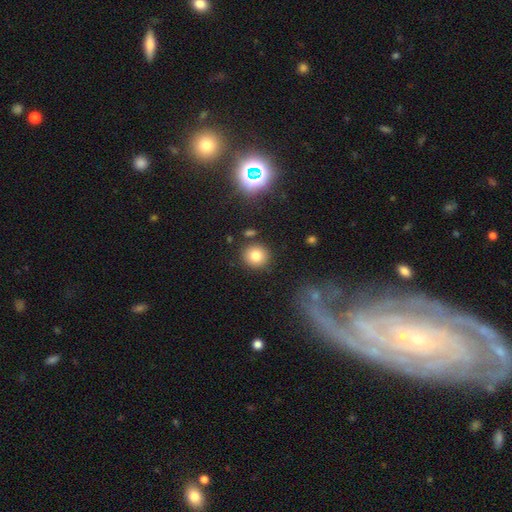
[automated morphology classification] Overall: smooth (79%). How rounded: round (90%). Merging: none (86%).